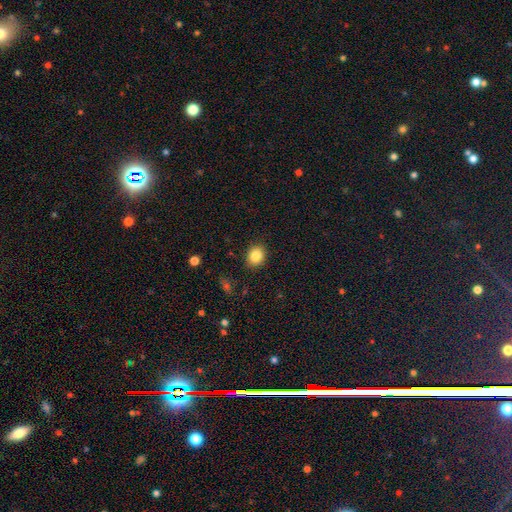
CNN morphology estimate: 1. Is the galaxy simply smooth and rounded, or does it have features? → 85% smooth, 10% star or artifact, 5% featured or disk.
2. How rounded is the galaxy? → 58% round, 41% in between, 1% cigar-shaped.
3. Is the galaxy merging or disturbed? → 89% none, 8% minor disturbance, 2% major disturbance, 1% merger.